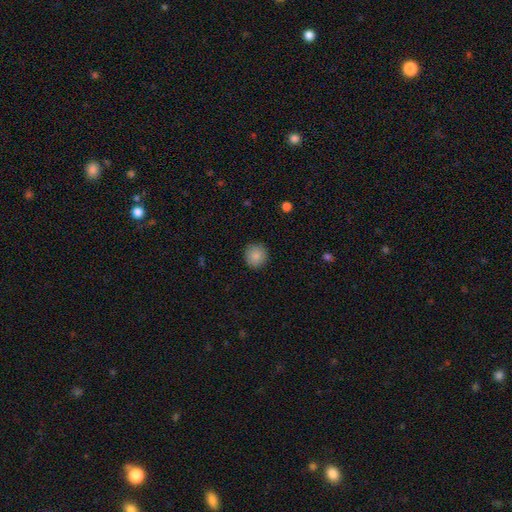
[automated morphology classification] Smooth or featured? Predicted: smooth (p=0.87). How rounded? Predicted: round (p=0.93). Merging? Predicted: none (p=0.90).